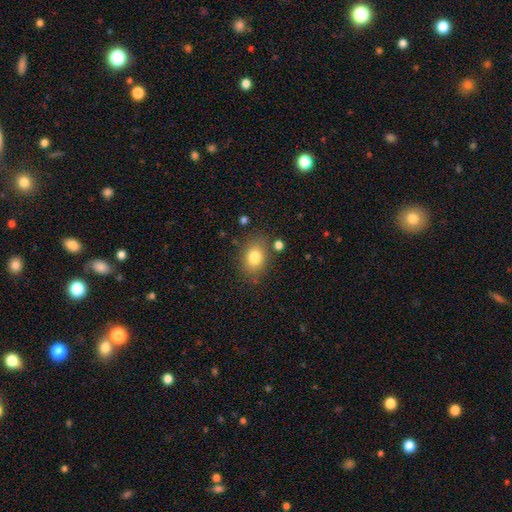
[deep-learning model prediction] Smooth or featured: smooth — 79% (star or artifact — 11%)
How rounded: in between — 67% (round — 32%)
Merging: none — 81% (minor disturbance — 12%)